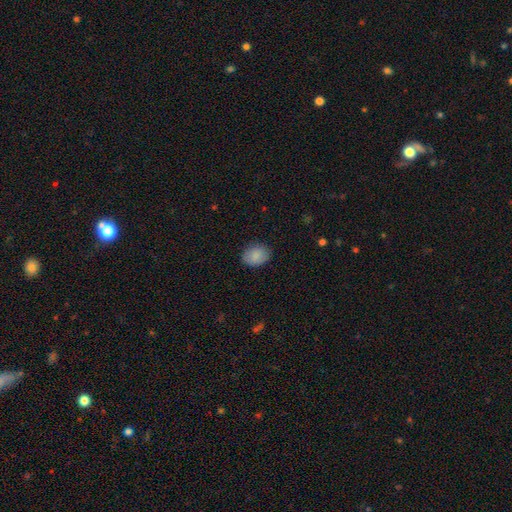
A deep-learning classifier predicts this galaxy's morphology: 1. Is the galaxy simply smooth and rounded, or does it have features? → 87% smooth, 7% star or artifact, 6% featured or disk.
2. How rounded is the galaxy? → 59% in between, 40% round, 1% cigar-shaped.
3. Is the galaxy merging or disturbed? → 85% none, 12% minor disturbance, 3% major disturbance, 1% merger.